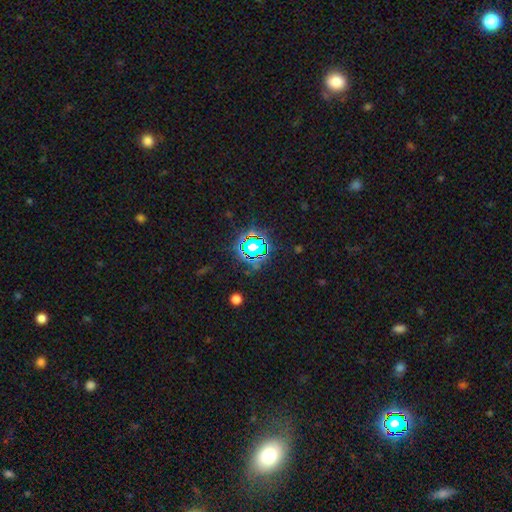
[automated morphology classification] A star or artifact, not a galaxy (71%).

Vote fractions:
- Smooth or featured? star or artifact: 71% / smooth: 19% / featured or disk: 11%